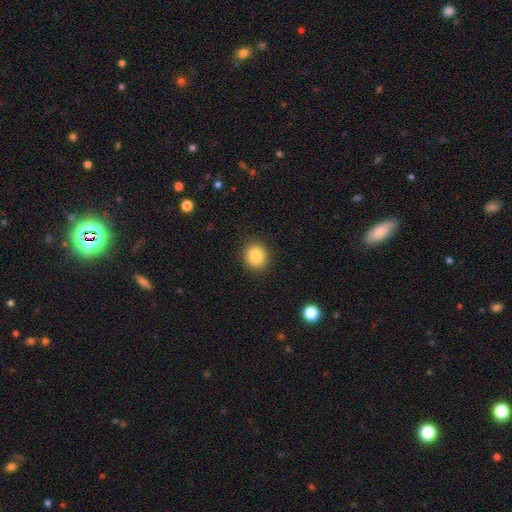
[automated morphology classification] smooth_or_featured: smooth (p=0.86) [alt: star or artifact p=0.09]
how_rounded: round (p=0.81) [alt: in between p=0.19]
merging: none (p=0.90) [alt: minor disturbance p=0.06]